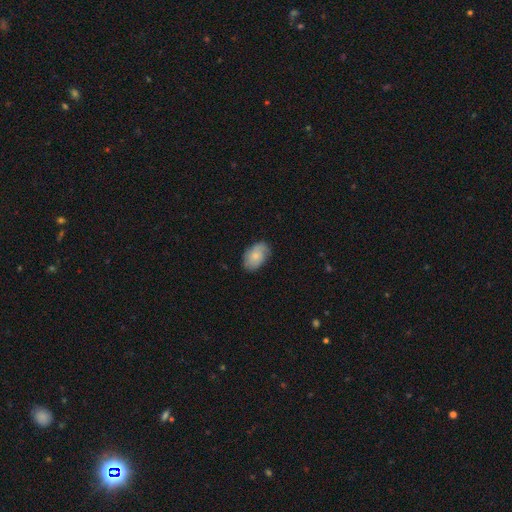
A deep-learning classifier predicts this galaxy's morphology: Overall: smooth (71%). How rounded: in between (89%). Merging: none (77%).